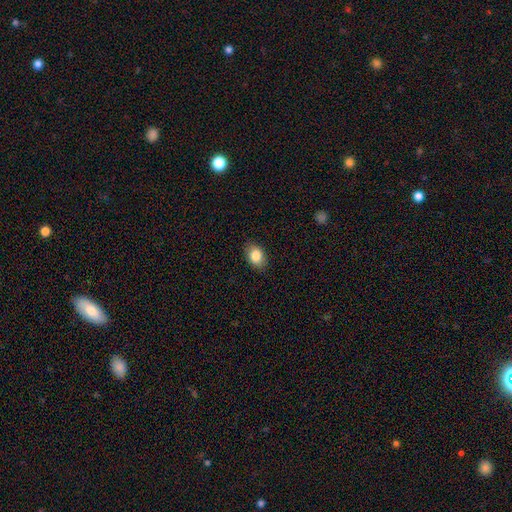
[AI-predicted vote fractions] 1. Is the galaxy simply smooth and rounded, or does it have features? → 85% smooth, 8% star or artifact, 7% featured or disk.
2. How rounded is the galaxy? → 81% in between, 18% round, 1% cigar-shaped.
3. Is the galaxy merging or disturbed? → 87% none, 10% minor disturbance, 2% major disturbance, 1% merger.